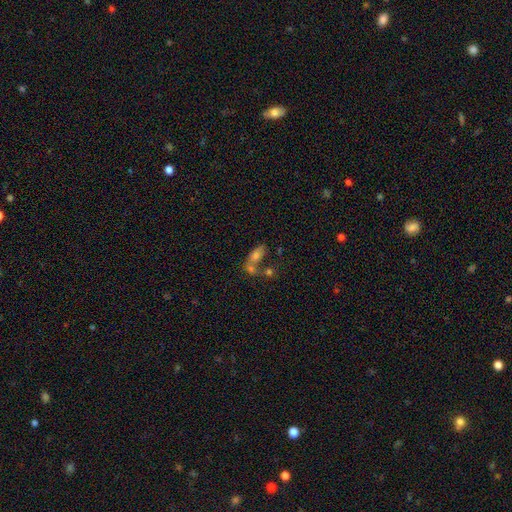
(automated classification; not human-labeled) Smooth or featured? smooth (60%)
How rounded? in between (76%)
Merging? merger (56%)